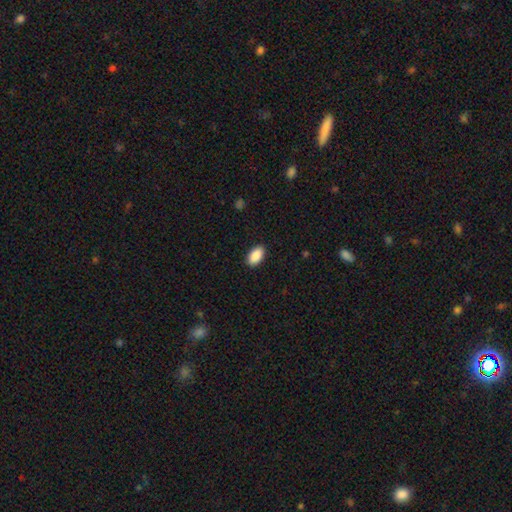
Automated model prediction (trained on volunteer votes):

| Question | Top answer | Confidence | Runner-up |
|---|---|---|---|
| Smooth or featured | smooth | 90% | star or artifact (7%) |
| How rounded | in between | 95% | round (3%) |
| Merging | none | 90% | minor disturbance (7%) |